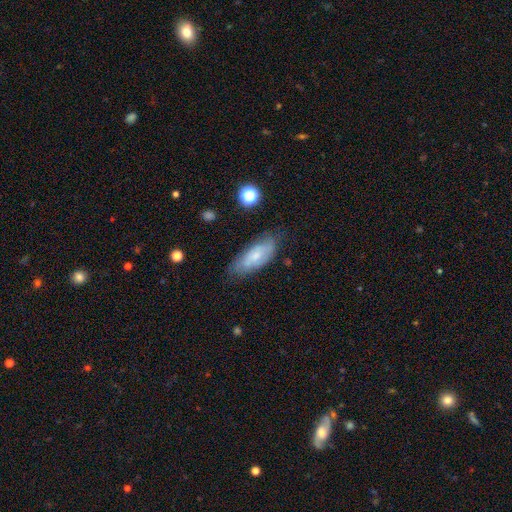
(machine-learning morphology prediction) smooth_or_featured: smooth (p=0.56) [alt: featured or disk p=0.37]
how_rounded: in between (p=0.77) [alt: cigar-shaped p=0.20]
merging: none (p=0.67) [alt: minor disturbance p=0.24]